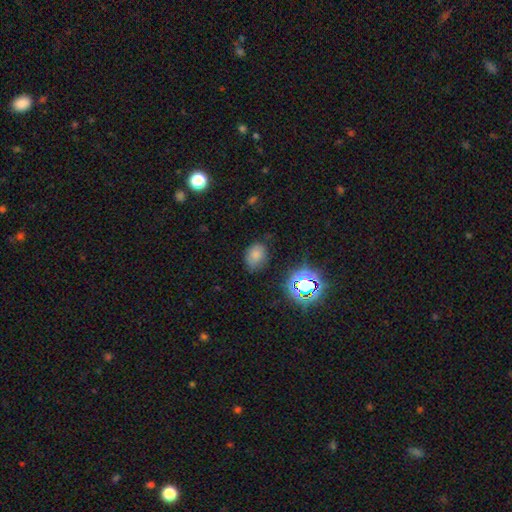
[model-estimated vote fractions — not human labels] This is likely a smooth galaxy (72%). How rounded: likely in between (69%). Merging: likely none (70%).